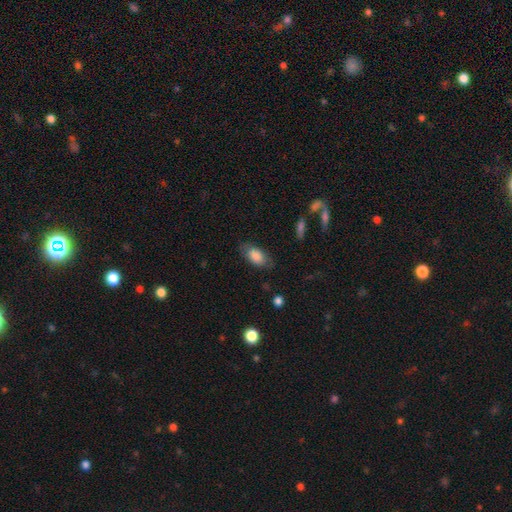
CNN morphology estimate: A smooth galaxy with no disk features (82%) that is in between round and cigar-shaped (91%).

Vote fractions:
- Smooth or featured? smooth: 82% / featured or disk: 11% / star or artifact: 7%
- How rounded? in between: 91% / round: 5% / cigar-shaped: 4%
- Merging? none: 75% / minor disturbance: 18% / major disturbance: 6% / merger: 1%